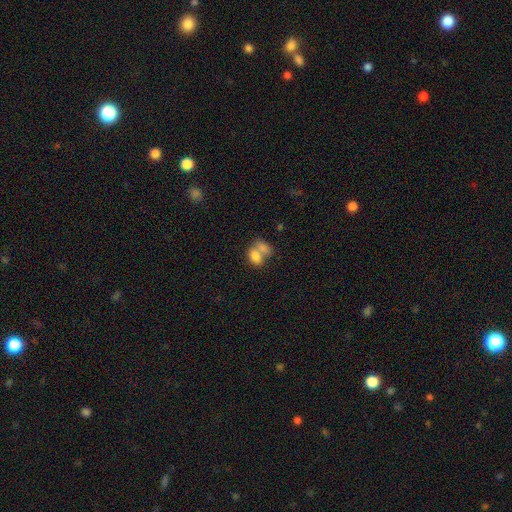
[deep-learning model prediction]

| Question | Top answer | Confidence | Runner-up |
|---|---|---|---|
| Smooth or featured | smooth | 78% | featured or disk (13%) |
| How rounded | in between | 81% | round (17%) |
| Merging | merger | 64% | none (23%) |